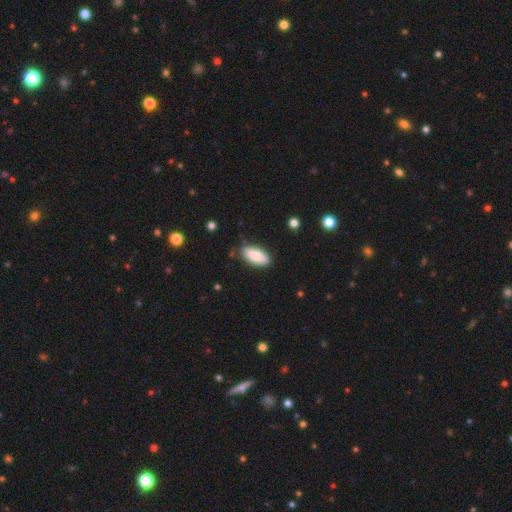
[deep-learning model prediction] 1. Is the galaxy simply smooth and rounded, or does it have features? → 84% smooth, 9% featured or disk, 6% star or artifact.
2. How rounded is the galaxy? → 89% in between, 9% cigar-shaped, 2% round.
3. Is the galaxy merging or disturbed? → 81% none, 14% minor disturbance, 3% major disturbance, 2% merger.